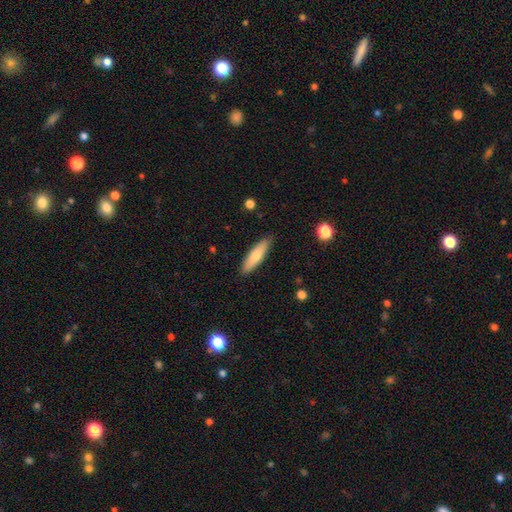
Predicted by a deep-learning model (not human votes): smooth-or-featured: smooth: 73% | featured or disk: 22% | star or artifact: 6%
  how-rounded: cigar-shaped: 68% | in between: 30% | round: 2%
  merging: none: 87% | minor disturbance: 10% | major disturbance: 2% | merger: 1%